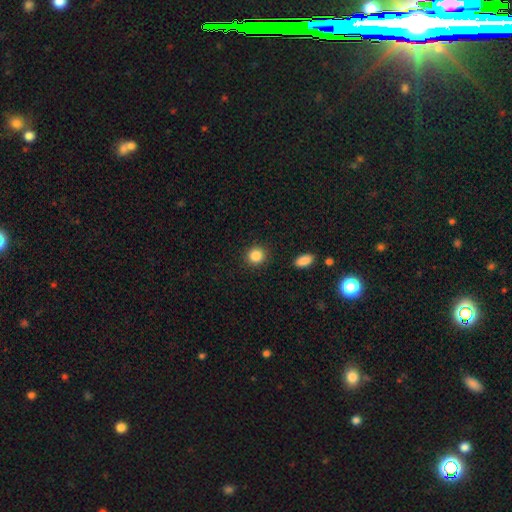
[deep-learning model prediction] Smooth or featured: smooth — 86% (star or artifact — 10%)
How rounded: round — 87% (in between — 12%)
Merging: none — 90% (minor disturbance — 6%)